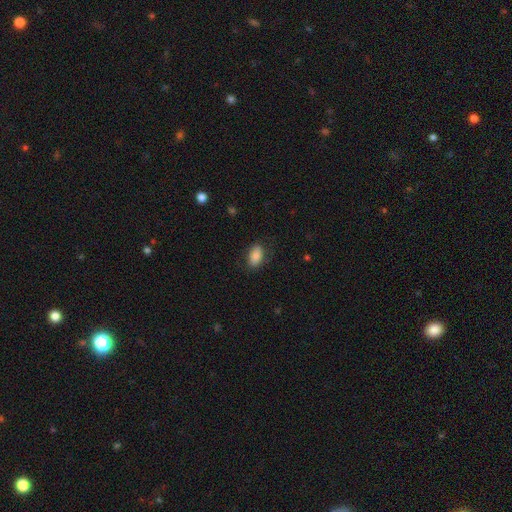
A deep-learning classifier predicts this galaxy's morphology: This is clearly a smooth galaxy (86%). How rounded: clearly in between (91%). Merging: clearly none (80%).